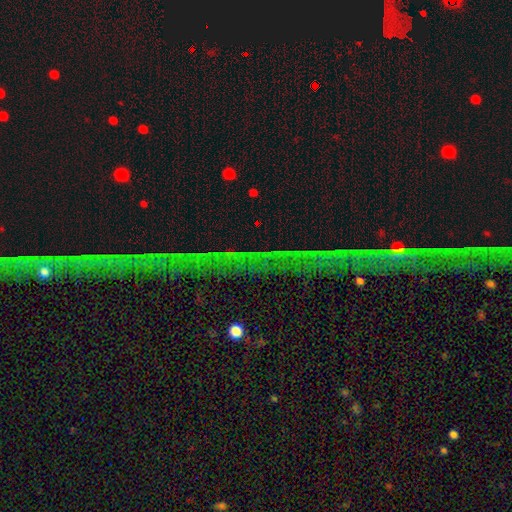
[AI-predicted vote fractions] smooth_or_featured: star or artifact (p=0.74) [alt: featured or disk p=0.13]